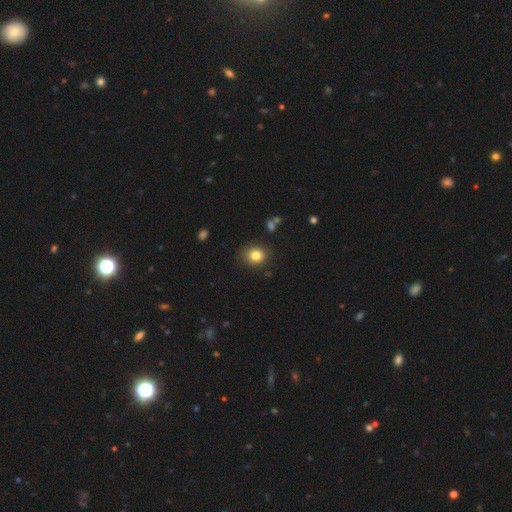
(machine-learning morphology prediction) Overall: smooth (82%). How rounded: round (74%). Merging: none (86%).